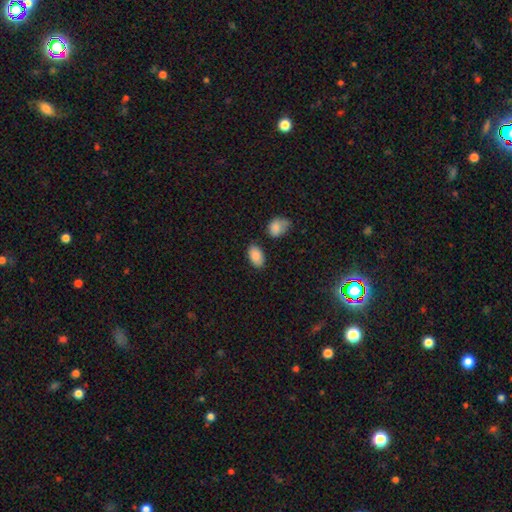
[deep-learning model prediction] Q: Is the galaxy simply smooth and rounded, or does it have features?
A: smooth — 87%.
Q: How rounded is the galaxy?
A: in between — 91%.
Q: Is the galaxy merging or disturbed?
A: none — 79%.